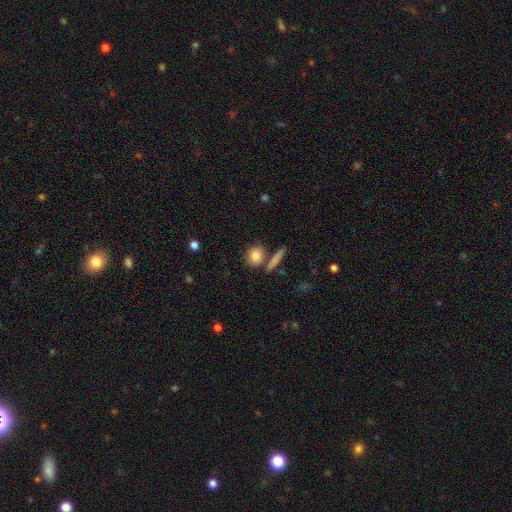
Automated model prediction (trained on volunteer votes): A smooth galaxy with no disk features (84%) that is round (62%).

Vote fractions:
- Smooth or featured? smooth: 84% / featured or disk: 9% / star or artifact: 8%
- How rounded? round: 62% / in between: 32% / cigar-shaped: 7%
- Merging? none: 72% / merger: 14% / minor disturbance: 10% / major disturbance: 3%